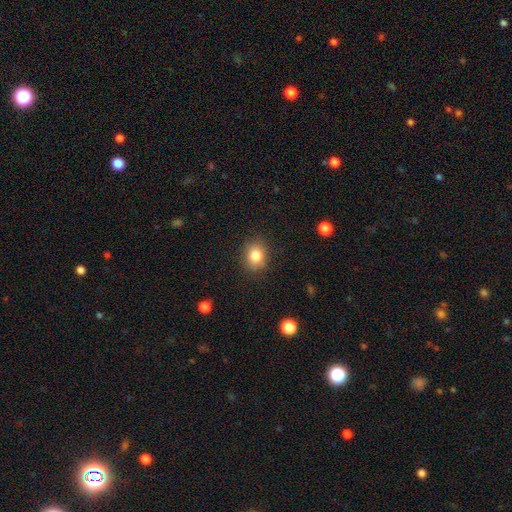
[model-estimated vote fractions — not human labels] Overall: smooth (83%). How rounded: round (55%; in between 44%). Merging: none (86%).